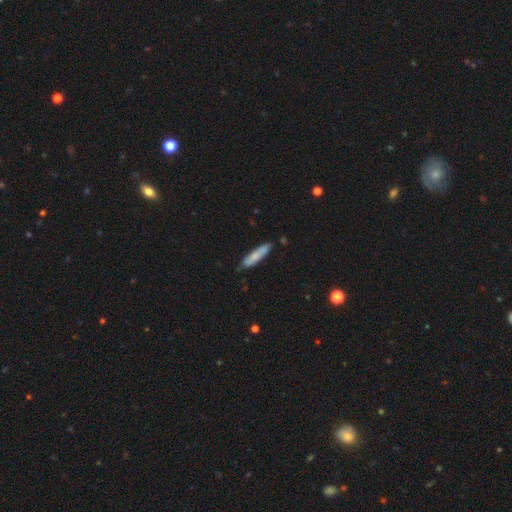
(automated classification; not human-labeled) Smooth or featured? Predicted: smooth (p=0.73). How rounded? Predicted: cigar-shaped (p=0.81). Merging? Predicted: none (p=0.78).